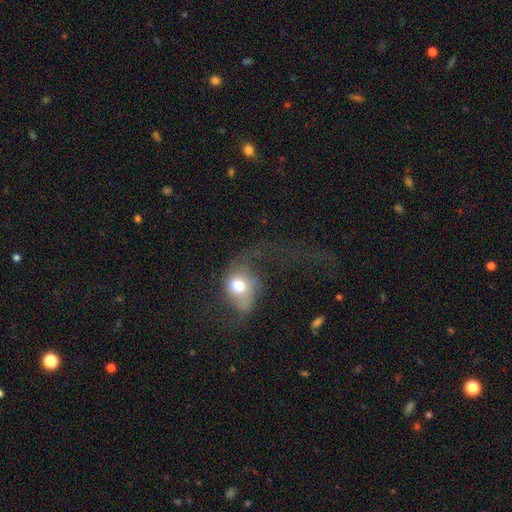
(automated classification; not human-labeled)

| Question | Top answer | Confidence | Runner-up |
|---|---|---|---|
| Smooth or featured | featured or disk | 53% | smooth (33%) |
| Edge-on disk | no | 94% | yes (6%) |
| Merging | major disturbance | 53% | none (27%) |